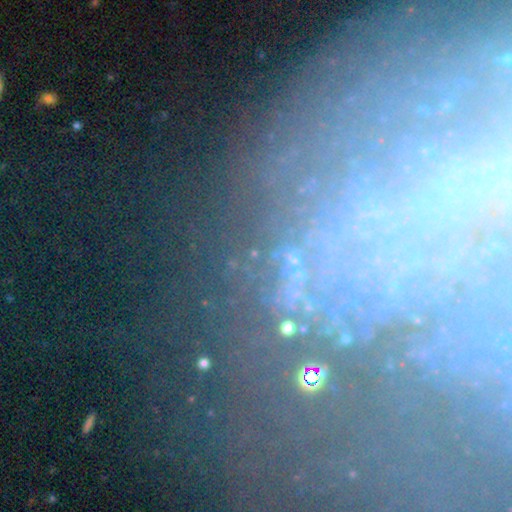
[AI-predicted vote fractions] The model was most divided on "smooth or featured": star or artifact: 47%, featured or disk: 35%, smooth: 18%.